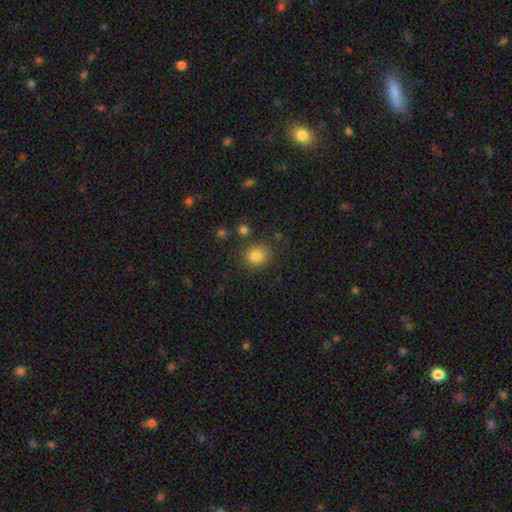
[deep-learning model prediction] This is clearly a smooth galaxy (83%). How rounded: likely round (76%). Merging: clearly none (82%).